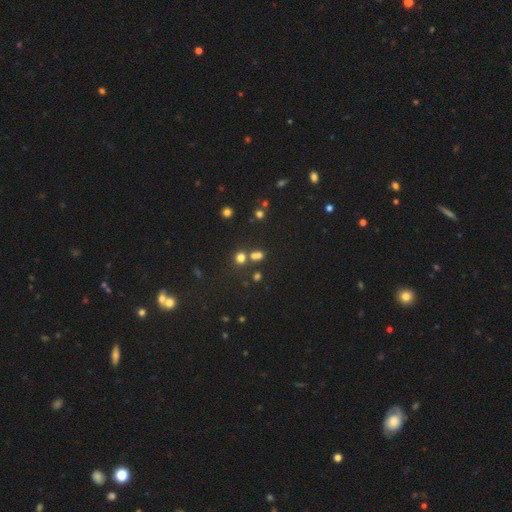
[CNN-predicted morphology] smooth 60%, star or artifact 30%, featured or disk 10%. Down the decision tree: how rounded — round (76%); merging — none (54%).